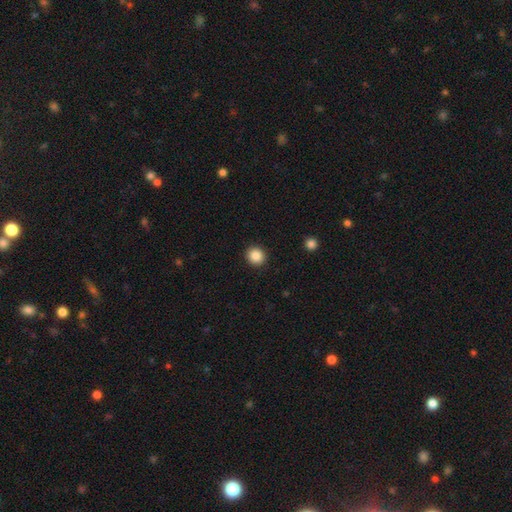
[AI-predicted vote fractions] Smooth or featured? Predicted: smooth (p=0.87). How rounded? Predicted: round (p=0.89). Merging? Predicted: none (p=0.92).